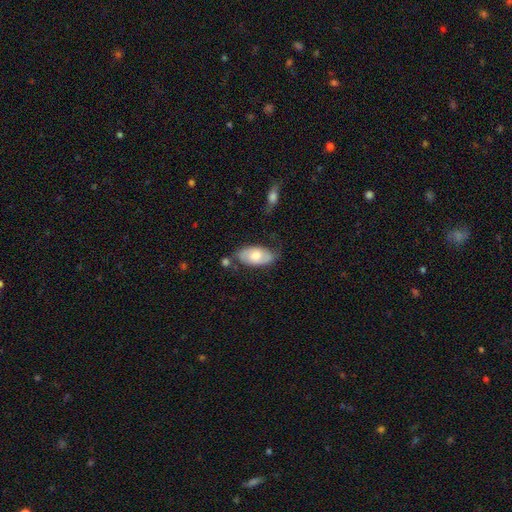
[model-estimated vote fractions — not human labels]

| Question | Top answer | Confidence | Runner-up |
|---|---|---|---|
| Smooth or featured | smooth | 63% | featured or disk (31%) |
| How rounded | in between | 94% | round (3%) |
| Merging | none | 61% | minor disturbance (23%) |